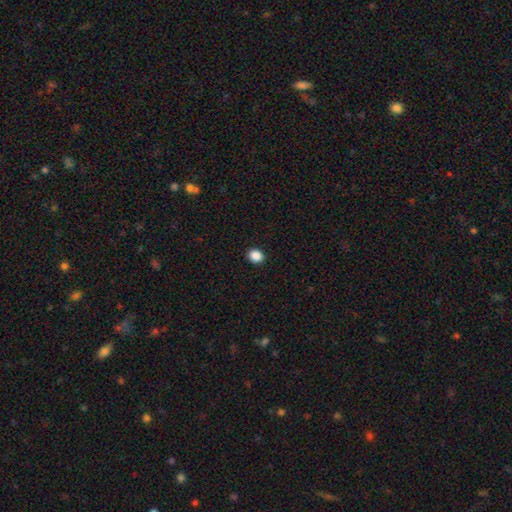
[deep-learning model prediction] Overall: smooth (88%). How rounded: round (72%). Merging: none (92%).